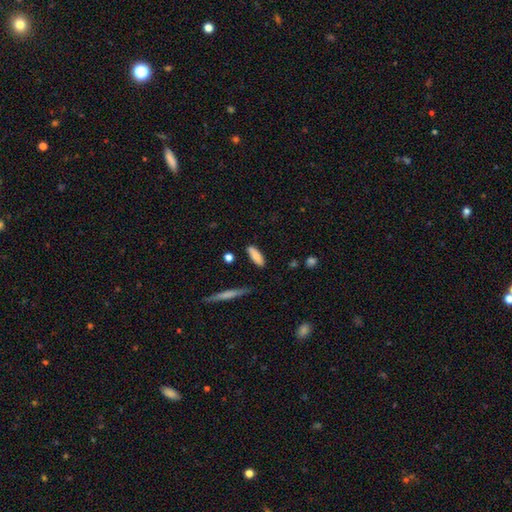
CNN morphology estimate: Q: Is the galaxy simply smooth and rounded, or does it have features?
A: smooth — 83%.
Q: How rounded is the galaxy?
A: in between — 50%.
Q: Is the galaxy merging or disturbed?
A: none — 81%.